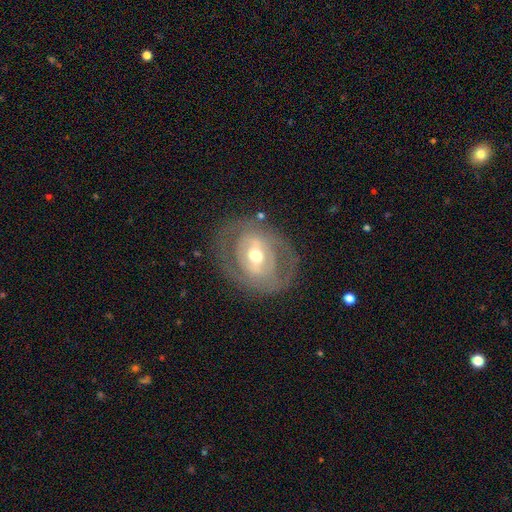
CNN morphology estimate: Smooth or featured?
  - featured or disk: 73% *
  - smooth: 21%
  - star or artifact: 6%
Edge-on disk?
  - no: 94% *
  - yes: 6%
Bar?
  - weak: 37% *
  - strong: 32%
  - no: 30%
Spiral arms?
  - no: 55% *
  - yes: 45%
Bulge size?
  - moderate: 69% *
  - small: 22%
  - large: 7%
  - dominant: 1%
  - none: 1%
Merging?
  - none: 74% *
  - minor disturbance: 15%
  - major disturbance: 9%
  - merger: 1%